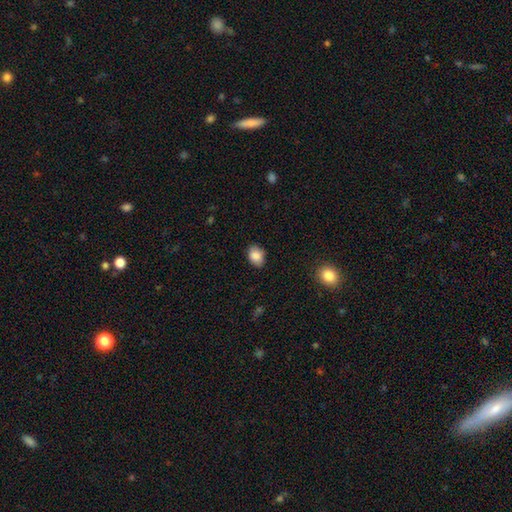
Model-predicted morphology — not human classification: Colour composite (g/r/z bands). It shows a smooth galaxy with no disk features (87%) that is in between round and cigar-shaped (70%). Merging: none (85%).